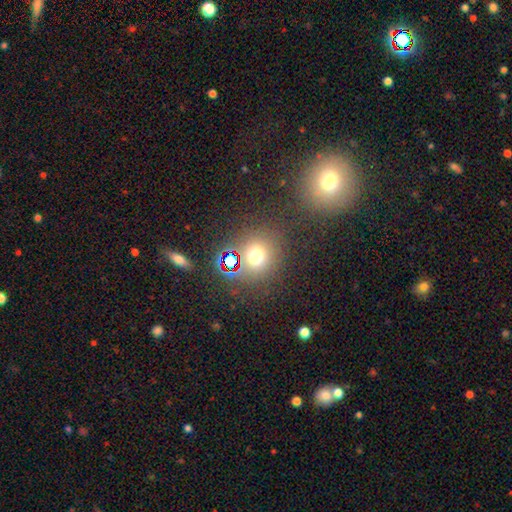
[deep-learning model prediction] This is likely a smooth galaxy (62%). How rounded: clearly round (86%). Merging: likely none (78%).